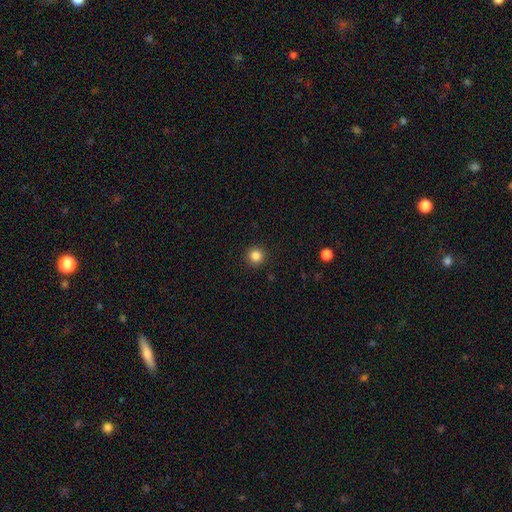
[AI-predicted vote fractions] Smooth or featured? smooth (85%)
How rounded? round (94%)
Merging? none (92%)